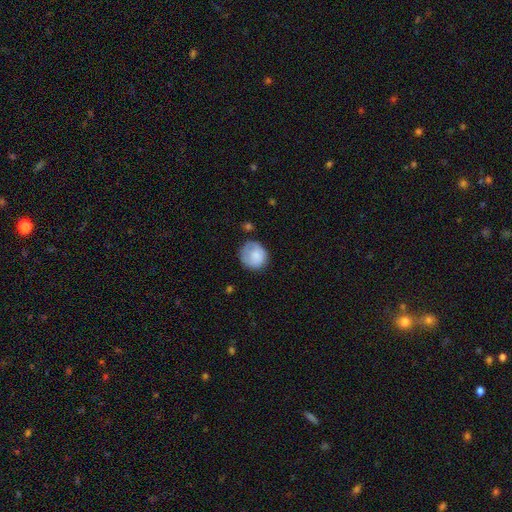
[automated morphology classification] Overall: smooth (79%). How rounded: round (84%). Merging: none (64%; minor disturbance 24%).